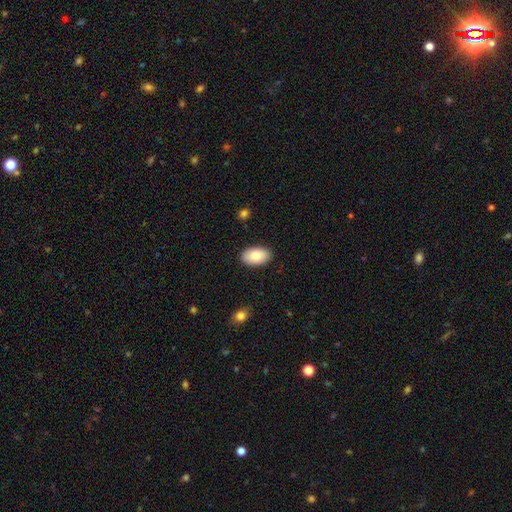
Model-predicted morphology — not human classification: Overall: smooth (78%). How rounded: in between (93%). Merging: none (88%).